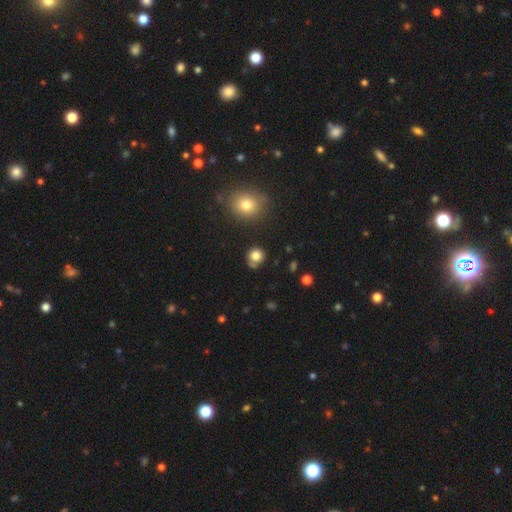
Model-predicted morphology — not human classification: This appears to be a smooth galaxy with no disk features (82%) that is round (86%). Merging: none (71%).